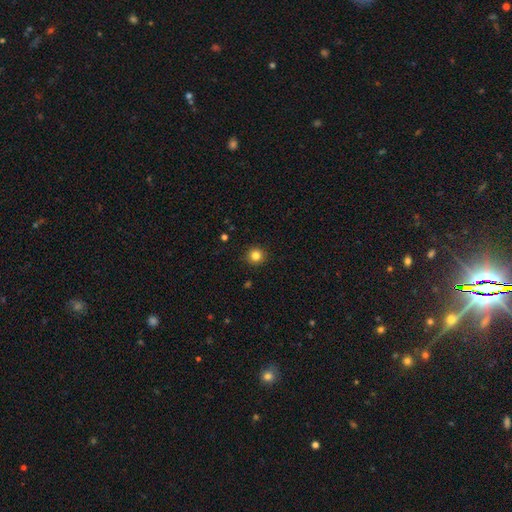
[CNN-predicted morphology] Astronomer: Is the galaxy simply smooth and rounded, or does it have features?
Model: smooth — 82%.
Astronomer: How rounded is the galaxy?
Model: round — 95%.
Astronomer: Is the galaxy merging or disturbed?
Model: none — 92%.